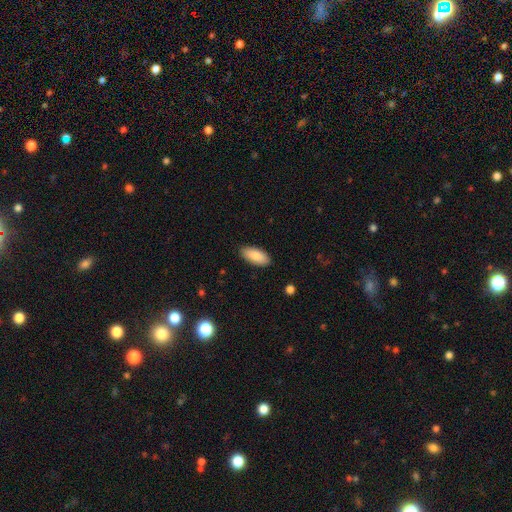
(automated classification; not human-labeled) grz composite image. It shows a smooth galaxy with no disk features (87%) that is in between round and cigar-shaped (88%). Merging: none (88%).